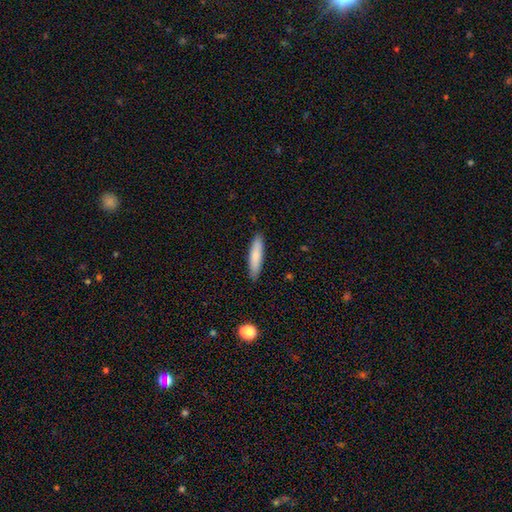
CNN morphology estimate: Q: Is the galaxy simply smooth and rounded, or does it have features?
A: smooth — 80%.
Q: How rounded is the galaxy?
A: cigar-shaped — 80%.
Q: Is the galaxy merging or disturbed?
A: none — 88%.